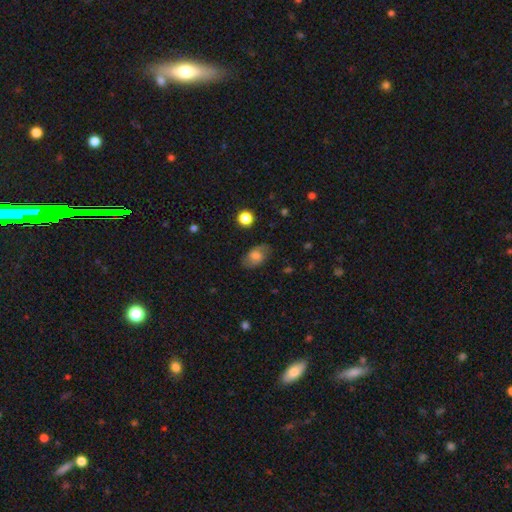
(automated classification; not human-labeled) Smooth or featured? Predicted: smooth (p=0.59). How rounded? Predicted: in between (p=0.84). Merging? Predicted: none (p=0.78).